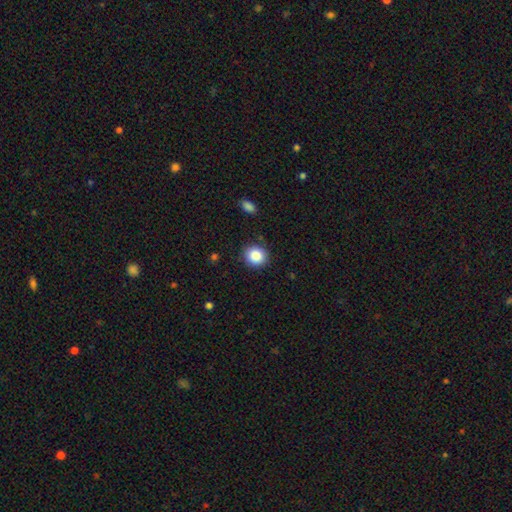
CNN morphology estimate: This appears to be a smooth galaxy with no disk features (86%) that is round (84%). Merging: none (88%).